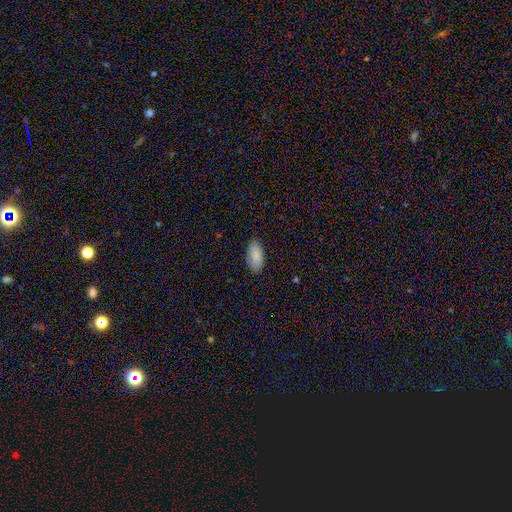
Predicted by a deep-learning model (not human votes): Smooth or featured: smooth — 83% (featured or disk — 11%)
How rounded: in between — 95% (cigar-shaped — 3%)
Merging: none — 84% (minor disturbance — 13%)